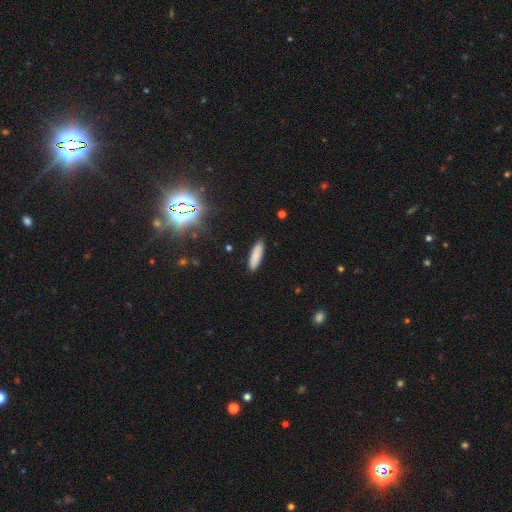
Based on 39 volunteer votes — This appears to be a smooth galaxy with no disk features (95%) that is cigar-shaped (65%). Merging: none (100%).